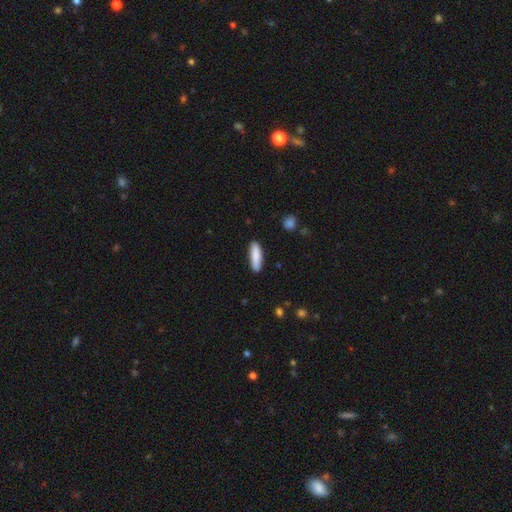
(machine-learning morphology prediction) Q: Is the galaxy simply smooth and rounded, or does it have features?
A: smooth — 86%.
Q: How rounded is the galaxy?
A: cigar-shaped — 66%.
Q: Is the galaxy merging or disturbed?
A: none — 88%.